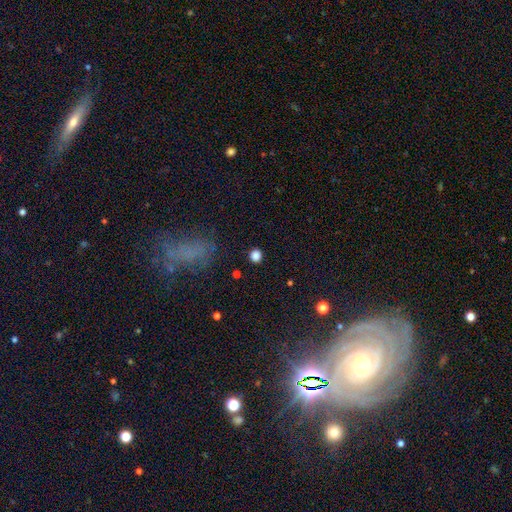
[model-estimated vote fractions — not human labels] This is clearly a smooth galaxy (82%). How rounded: clearly round (89%). Merging: clearly none (90%).